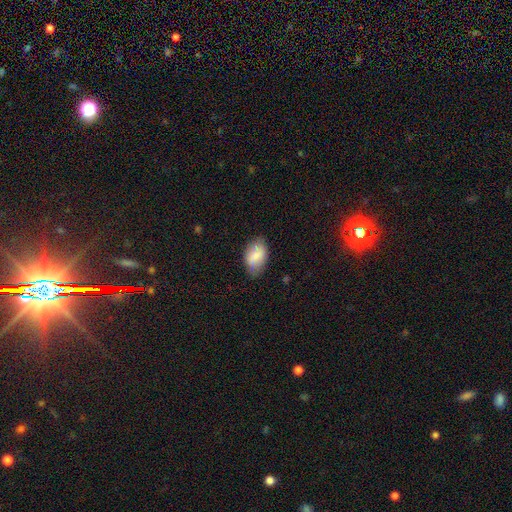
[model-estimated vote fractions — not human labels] Smooth or featured? smooth (77%)
How rounded? in between (90%)
Merging? none (69%)